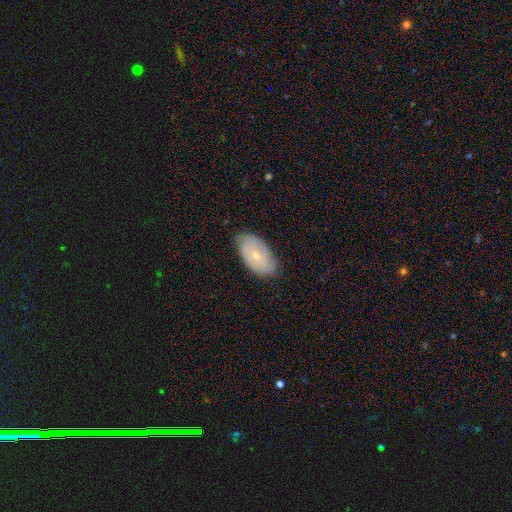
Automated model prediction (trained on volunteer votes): Smooth or featured: smooth — 58% (featured or disk — 35%)
How rounded: in between — 94% (round — 4%)
Merging: none — 75% (minor disturbance — 20%)